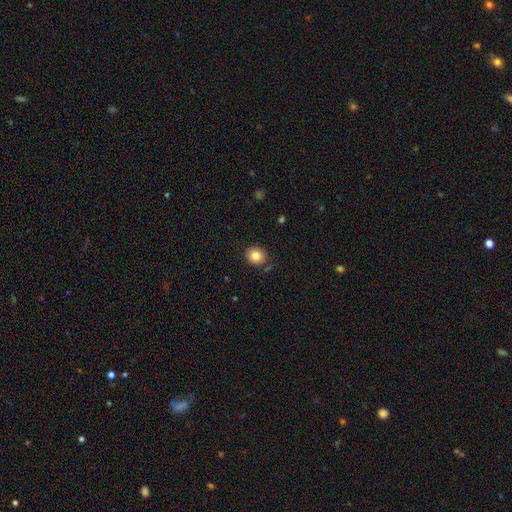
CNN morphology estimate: smooth-or-featured: smooth: 82% | star or artifact: 10% | featured or disk: 8%
  how-rounded: round: 71% | in between: 28% | cigar-shaped: 1%
  merging: none: 85% | minor disturbance: 10% | merger: 3% | major disturbance: 2%